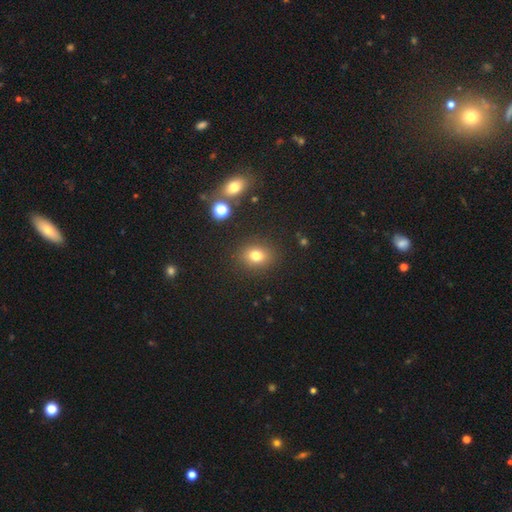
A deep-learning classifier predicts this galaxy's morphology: This is likely a smooth galaxy (77%). How rounded: possibly round (59%). Merging: clearly none (87%).